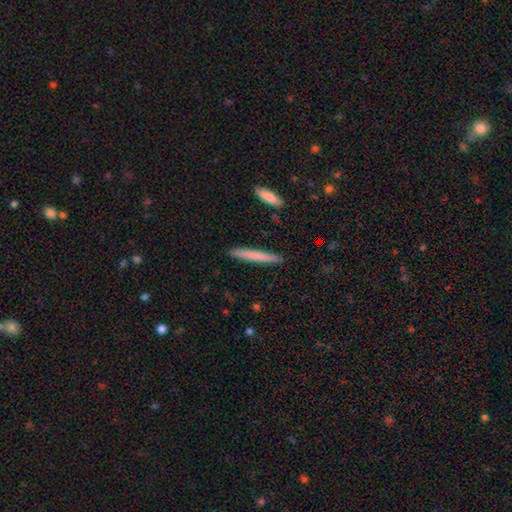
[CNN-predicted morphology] Overall: smooth (72%). How rounded: cigar-shaped (96%). Merging: none (91%).